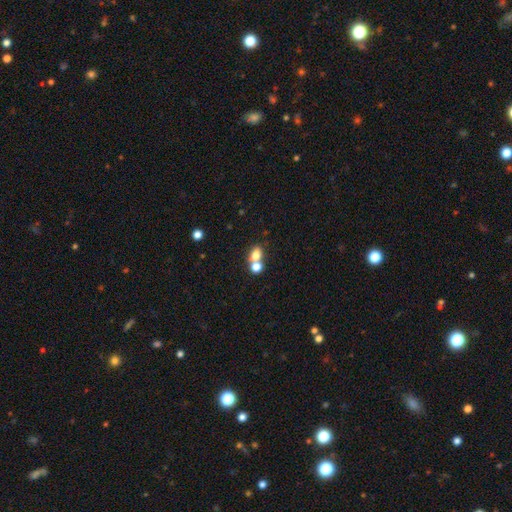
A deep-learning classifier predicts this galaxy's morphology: smooth-or-featured: smooth: 76% | star or artifact: 13% | featured or disk: 12%
  how-rounded: in between: 62% | round: 36% | cigar-shaped: 2%
  merging: merger: 50% | none: 39% | minor disturbance: 8% | major disturbance: 4%